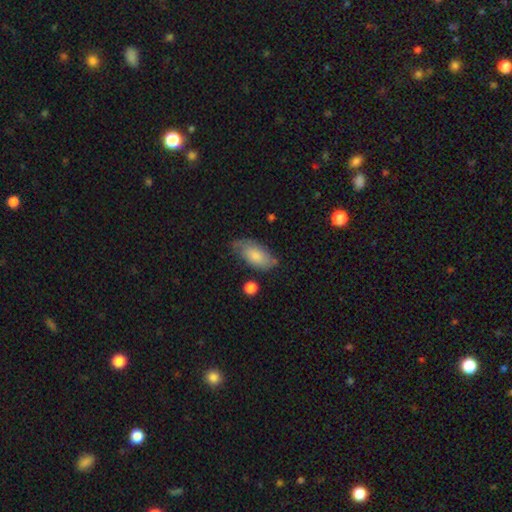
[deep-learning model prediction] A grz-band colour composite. It shows a smooth galaxy with no disk features (70%) that is in between round and cigar-shaped (91%). Merging: none (58%).